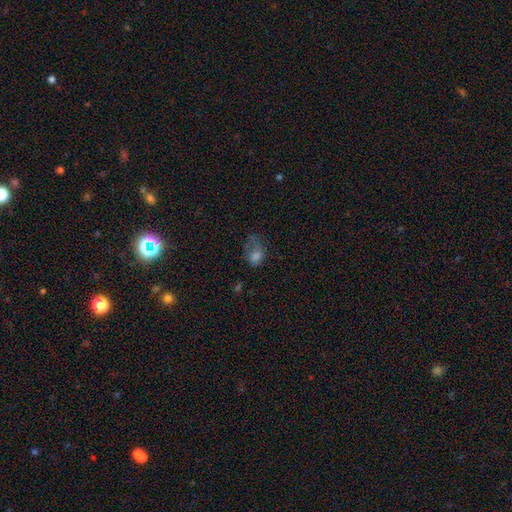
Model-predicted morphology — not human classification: The model was most divided on "merging": major disturbance: 40%, none: 30%, minor disturbance: 26%, merger: 4%. More confident: how rounded — in between (66%); smooth or featured — smooth (61%).